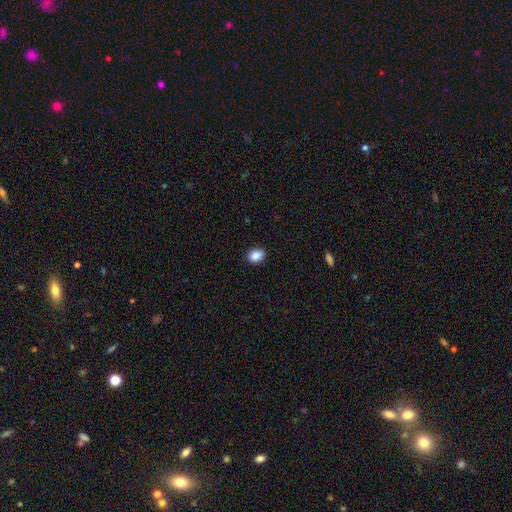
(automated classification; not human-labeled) Morphology: type=smooth (87%); roundness=in between (67%); merging=none (88%).